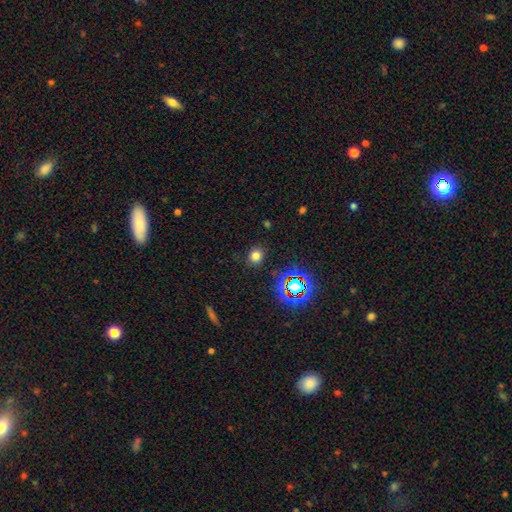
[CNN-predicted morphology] A smooth galaxy with no disk features (73%) that is round (76%).

Vote fractions:
- Smooth or featured? smooth: 73% / star or artifact: 20% / featured or disk: 7%
- How rounded? round: 76% / in between: 23% / cigar-shaped: 1%
- Merging? none: 87% / minor disturbance: 9% / major disturbance: 3% / merger: 2%